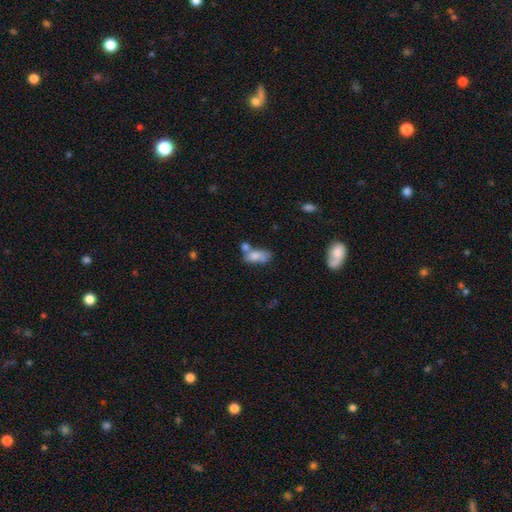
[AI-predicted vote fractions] A smooth galaxy with no disk features (73%) that is in between round and cigar-shaped (85%).

Vote fractions:
- Smooth or featured? smooth: 73% / featured or disk: 18% / star or artifact: 9%
- How rounded? in between: 85% / cigar-shaped: 8% / round: 7%
- Merging? merger: 41% / none: 30% / minor disturbance: 18% / major disturbance: 11%